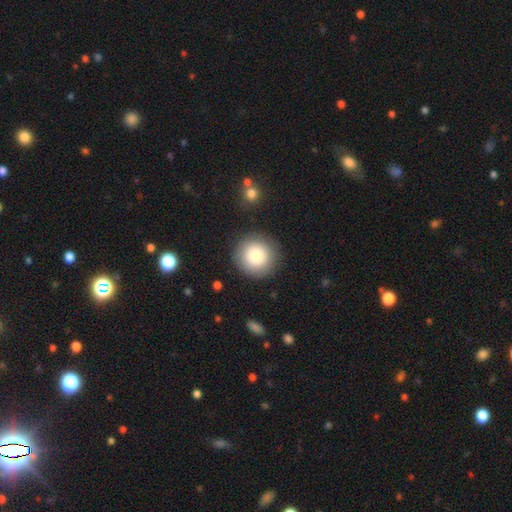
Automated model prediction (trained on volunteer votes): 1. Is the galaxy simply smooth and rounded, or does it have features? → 82% smooth, 9% featured or disk, 9% star or artifact.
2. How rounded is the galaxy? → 95% round, 4% in between, 1% cigar-shaped.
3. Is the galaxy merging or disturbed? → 89% none, 7% minor disturbance, 3% major disturbance, 2% merger.